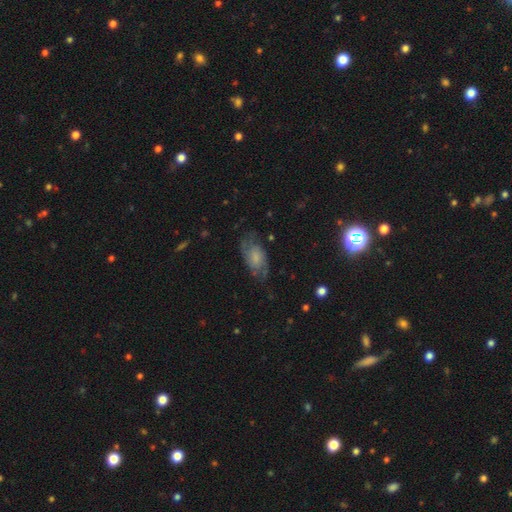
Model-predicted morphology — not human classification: Smooth or featured? Predicted: featured or disk (p=0.61). Edge-on disk? Predicted: no (p=0.94). Bar? Predicted: no (p=0.62). Spiral arms? Predicted: yes (p=0.88). Spiral winding? Predicted: medium (p=0.47). Spiral arm count? Predicted: 2 (p=0.72). Bulge size? Predicted: none (p=0.32). Merging? Predicted: none (p=0.64).